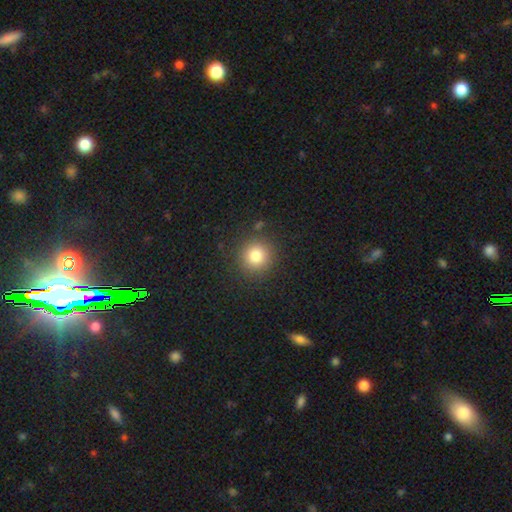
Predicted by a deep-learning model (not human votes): Smooth or featured?
  - smooth: 82% *
  - star or artifact: 12%
  - featured or disk: 7%
How rounded?
  - round: 93% *
  - in between: 6%
  - cigar-shaped: 1%
Merging?
  - none: 88% *
  - minor disturbance: 7%
  - major disturbance: 3%
  - merger: 2%